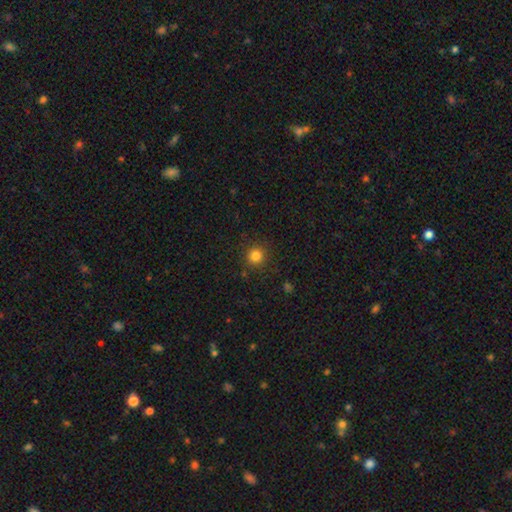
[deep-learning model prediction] Smooth or featured?
  - smooth: 82% *
  - star or artifact: 13%
  - featured or disk: 5%
How rounded?
  - round: 93% *
  - in between: 6%
  - cigar-shaped: 1%
Merging?
  - none: 89% *
  - minor disturbance: 7%
  - major disturbance: 3%
  - merger: 1%